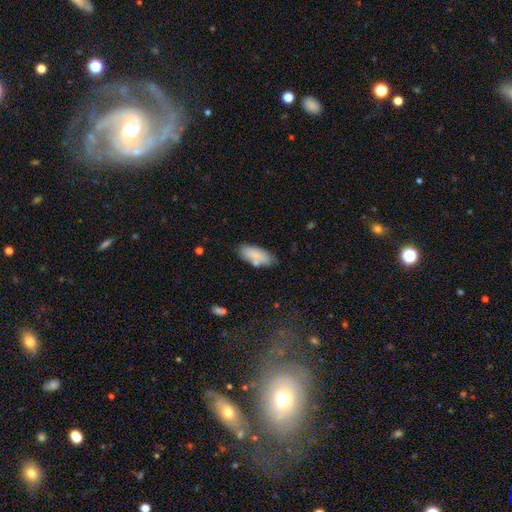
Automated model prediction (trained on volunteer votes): Q: Smooth or featured?
A: smooth (82%); runner-up: featured or disk (11%)
Q: How rounded?
A: in between (83%); runner-up: cigar-shaped (15%)
Q: Merging?
A: none (71%); runner-up: minor disturbance (17%)